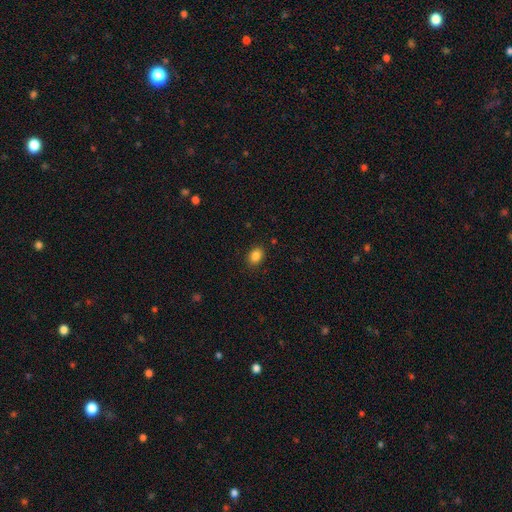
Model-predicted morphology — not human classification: Smooth or featured? Predicted: smooth (p=0.85). How rounded? Predicted: in between (p=0.69). Merging? Predicted: none (p=0.88).